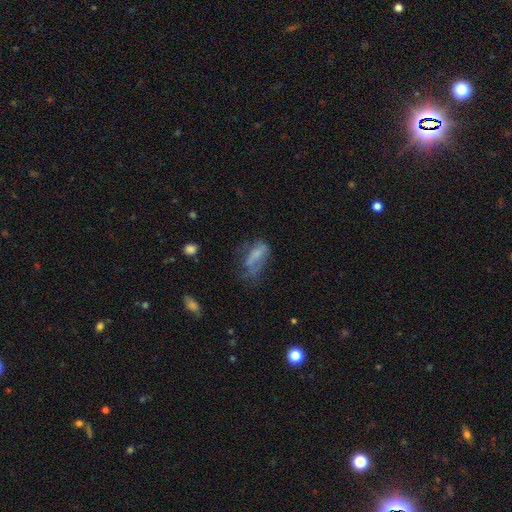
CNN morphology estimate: type=smooth (58%); roundness=in between (75%); merging=major disturbance (34%).